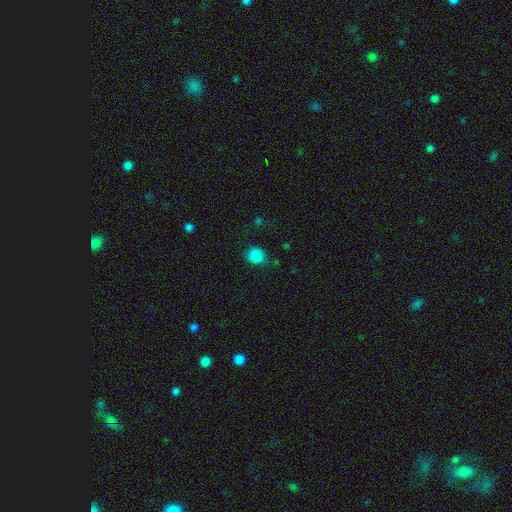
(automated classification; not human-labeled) Smooth or featured? Predicted: smooth (p=0.85). How rounded? Predicted: round (p=0.69). Merging? Predicted: none (p=0.76).